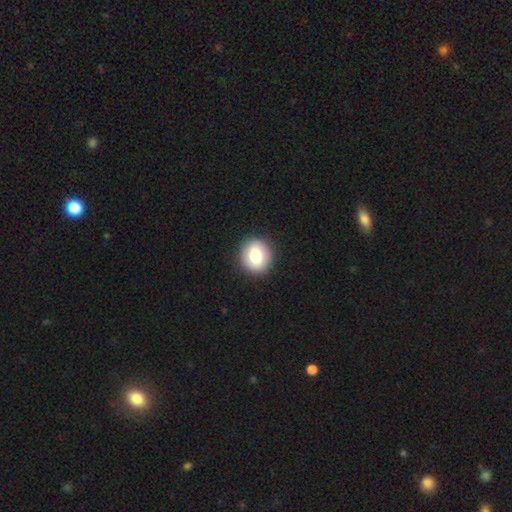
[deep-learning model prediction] A smooth galaxy with no disk features (80%) that is round (85%). Merging: none (91%).